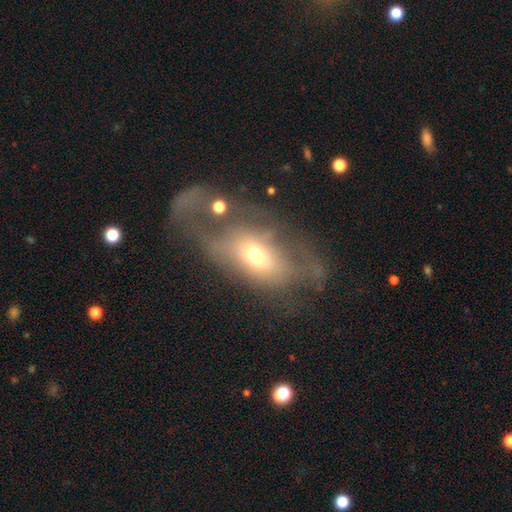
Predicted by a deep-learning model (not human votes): Smooth or featured?
  - smooth: 48% *
  - featured or disk: 41%
  - star or artifact: 11%
Merging?
  - major disturbance: 52% *
  - none: 23%
  - minor disturbance: 17%
  - merger: 8%